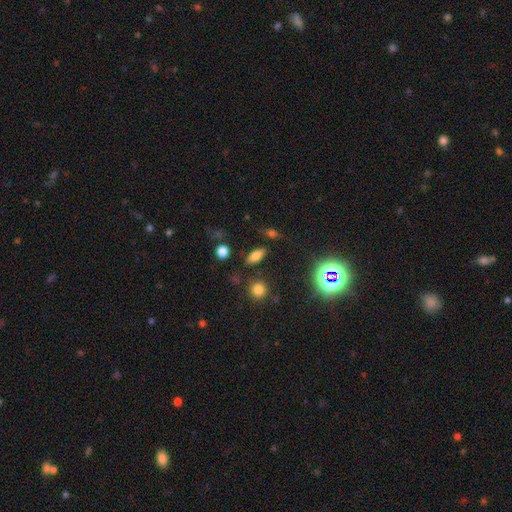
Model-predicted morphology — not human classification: smooth 69%, featured or disk 16%, star or artifact 15%. Down the decision tree: how rounded — in between (77%); merging — none (82%).